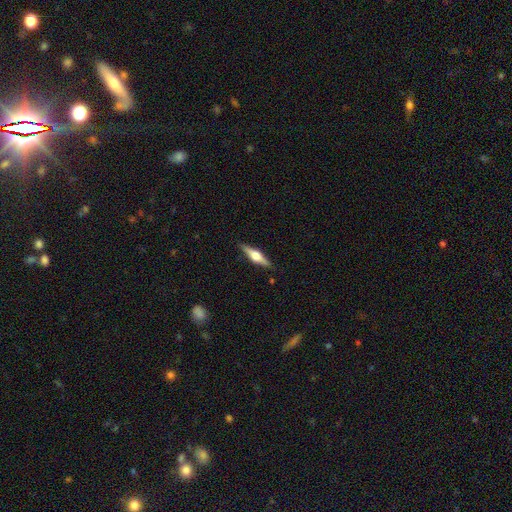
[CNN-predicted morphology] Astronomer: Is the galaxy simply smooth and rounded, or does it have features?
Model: featured or disk — 69%.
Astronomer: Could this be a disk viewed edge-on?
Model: yes — 97%.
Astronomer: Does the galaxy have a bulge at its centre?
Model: rounded — 93%.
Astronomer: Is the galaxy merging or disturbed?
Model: none — 89%.